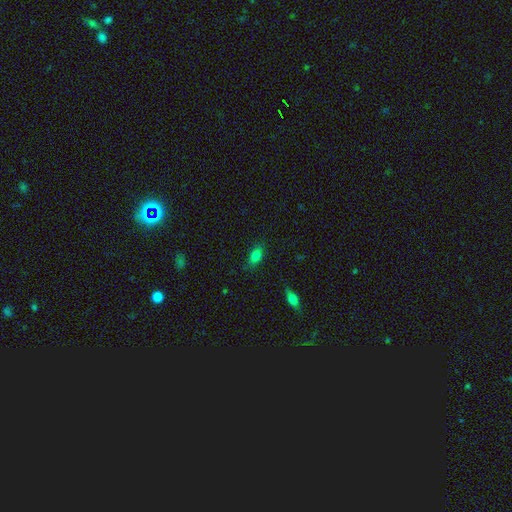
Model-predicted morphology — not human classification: A smooth galaxy with no disk features (81%) that is in between round and cigar-shaped (84%).

Vote fractions:
- Smooth or featured? smooth: 81% / star or artifact: 10% / featured or disk: 9%
- How rounded? in between: 84% / cigar-shaped: 8% / round: 7%
- Merging? none: 78% / minor disturbance: 16% / major disturbance: 4% / merger: 2%